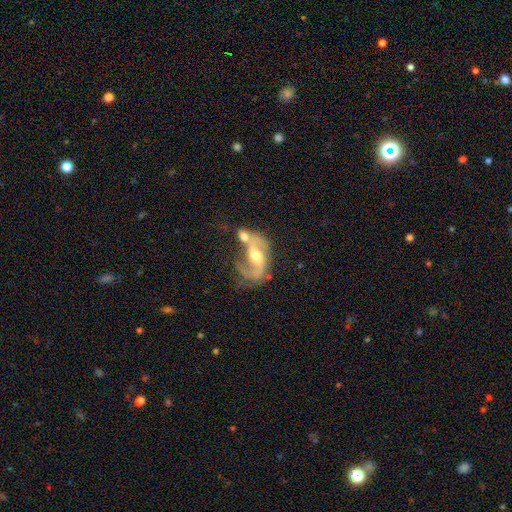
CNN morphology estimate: This is clearly a featured or disk galaxy (86%). It is clearly not viewed edge-on (97%). Bar: possibly weak (45%). Spiral arm pattern: clearly yes (95%). Spiral arm count: clearly 2 (84%). Spiral winding: possibly loose (47%). Central bulge: likely moderate (66%). Merging: marginally merger (39%).